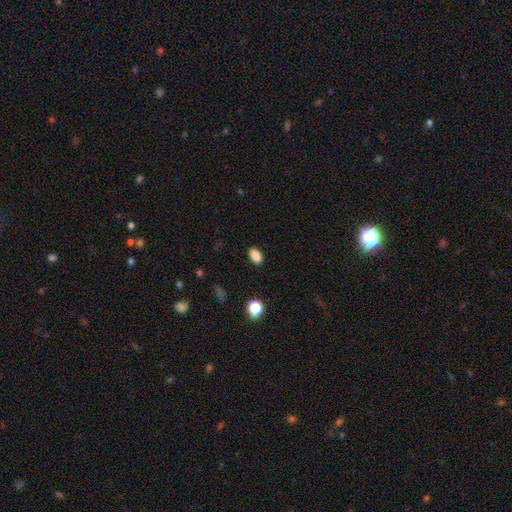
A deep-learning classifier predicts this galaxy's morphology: Overall: smooth (86%). How rounded: in between (89%). Merging: none (89%).